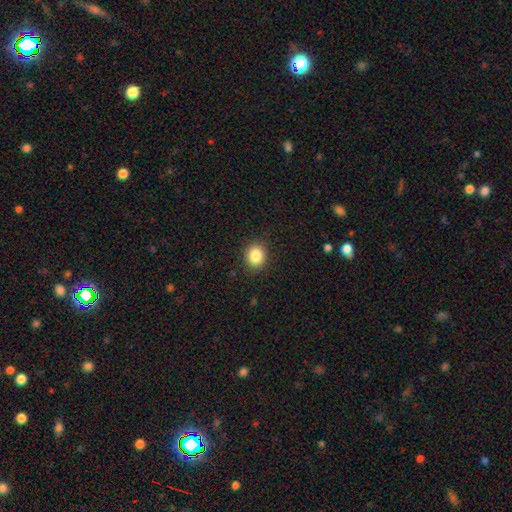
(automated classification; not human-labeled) A smooth galaxy with no disk features (85%) that is round (72%).

Vote fractions:
- Smooth or featured? smooth: 85% / star or artifact: 10% / featured or disk: 5%
- How rounded? round: 72% / in between: 27% / cigar-shaped: 1%
- Merging? none: 89% / minor disturbance: 8% / major disturbance: 2% / merger: 1%